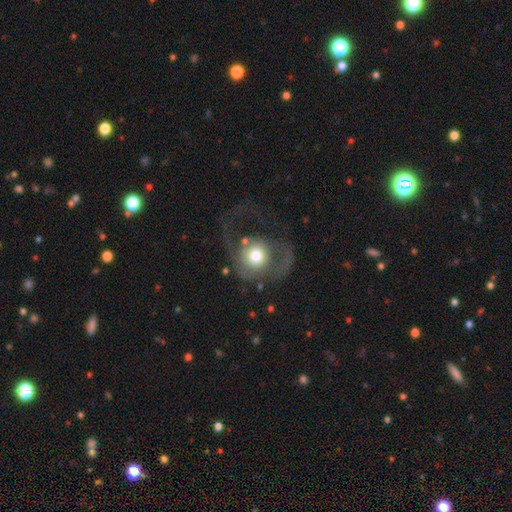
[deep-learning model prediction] Smooth or featured?
  - smooth: 53% *
  - featured or disk: 39%
  - star or artifact: 8%
How rounded?
  - round: 81% *
  - in between: 18%
  - cigar-shaped: 1%
Merging?
  - major disturbance: 59% *
  - none: 24%
  - minor disturbance: 12%
  - merger: 4%